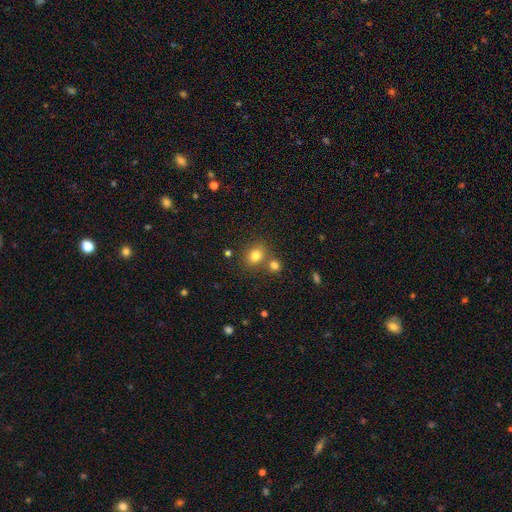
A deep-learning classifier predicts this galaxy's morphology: This appears to be a smooth galaxy with no disk features (79%) that is round (55%). Merging: none (65%).